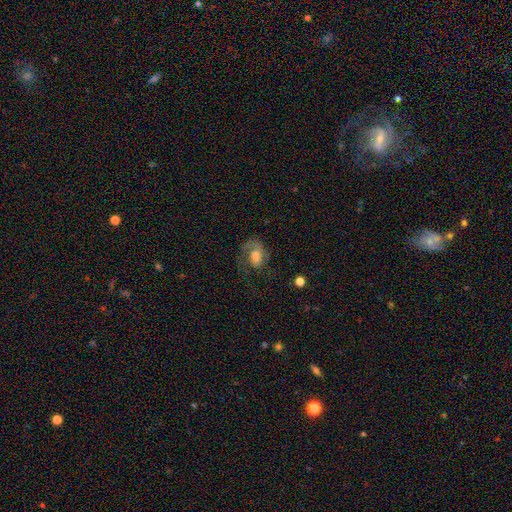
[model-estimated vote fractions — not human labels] featured or disk 56%, smooth 34%, star or artifact 10%. Down the decision tree: edge-on disk — no (96%); bar — no (61%); spiral arms — yes (81%); bulge size — moderate (39%); merging — none (42%).